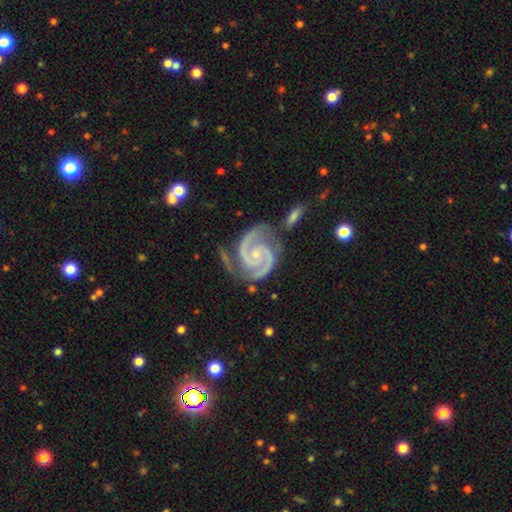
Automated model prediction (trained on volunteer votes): This is clearly a featured or disk galaxy (95%). It is clearly not viewed edge-on (98%). Bar: likely no (63%). Spiral arm pattern: clearly yes (99%). Spiral arm count: clearly 2 (92%). Spiral winding: possibly tight (52%). Central bulge: likely small (77%). Merging: likely none (65%).